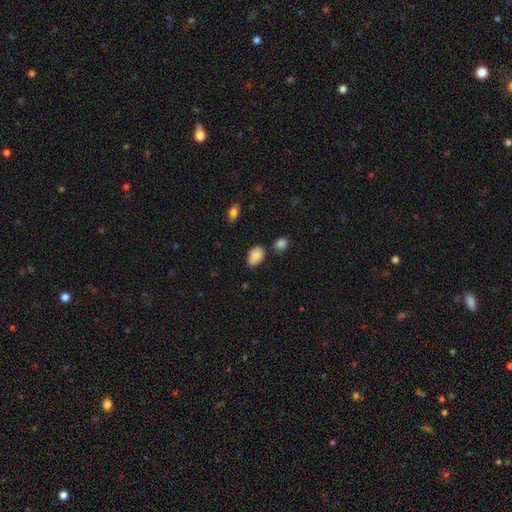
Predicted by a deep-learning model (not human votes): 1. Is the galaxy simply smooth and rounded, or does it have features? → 85% smooth, 8% featured or disk, 7% star or artifact.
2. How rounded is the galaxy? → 88% in between, 11% round, 1% cigar-shaped.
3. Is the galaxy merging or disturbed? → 75% none, 16% minor disturbance, 6% merger, 3% major disturbance.